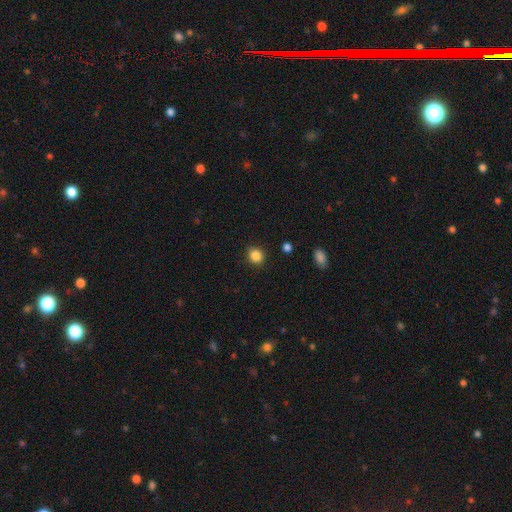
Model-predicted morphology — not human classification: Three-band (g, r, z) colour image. It shows a smooth galaxy with no disk features (86%) that is round (77%). Merging: none (89%).